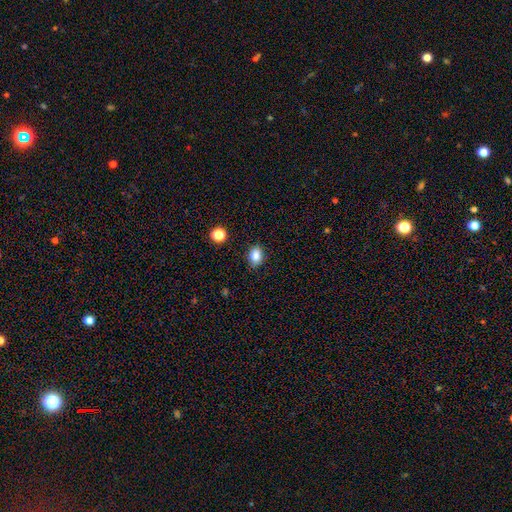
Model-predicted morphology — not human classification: This appears to be a smooth galaxy with no disk features (84%) that is in between round and cigar-shaped (69%). Merging: none (86%).